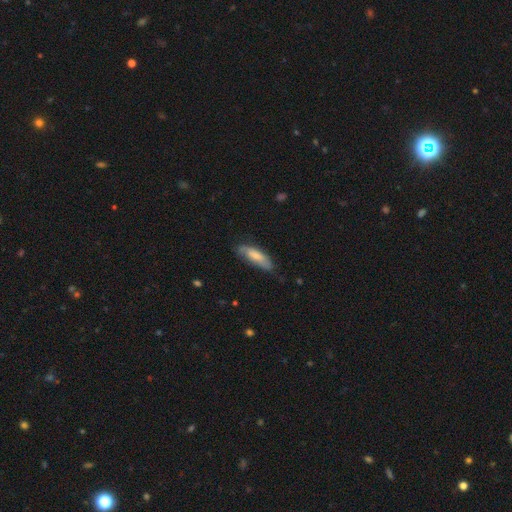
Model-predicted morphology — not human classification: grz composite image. It shows a smooth galaxy with no disk features (67%) that is in between round and cigar-shaped (56%). Merging: none (64%).